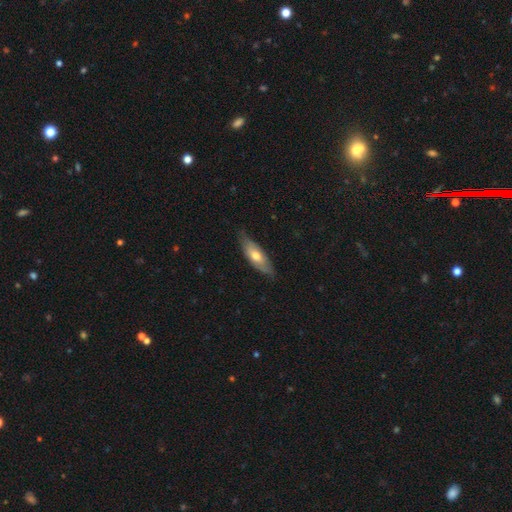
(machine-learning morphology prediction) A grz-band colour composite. It shows a smooth galaxy with no disk features (57%) that is in between round and cigar-shaped (67%). Merging: none (72%).